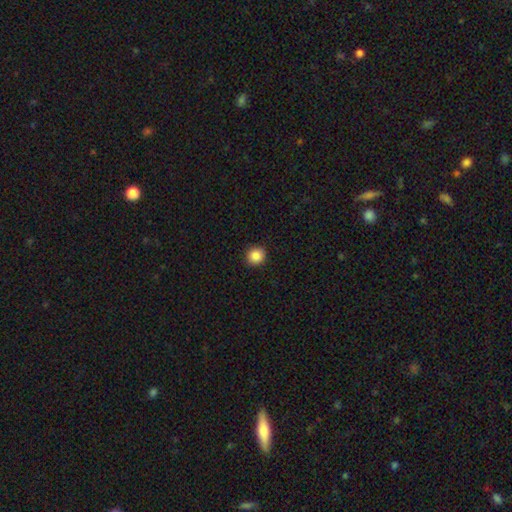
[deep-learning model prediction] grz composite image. It shows a smooth galaxy with no disk features (87%) that is round (88%). Merging: none (92%).